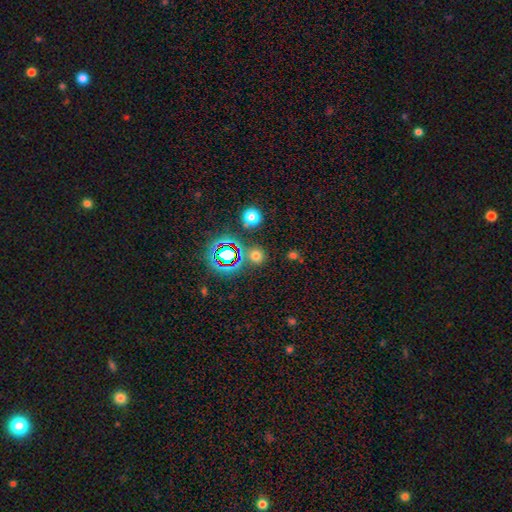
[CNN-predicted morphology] A smooth galaxy with no disk features (60%) that is round (90%). Merging: none (80%).